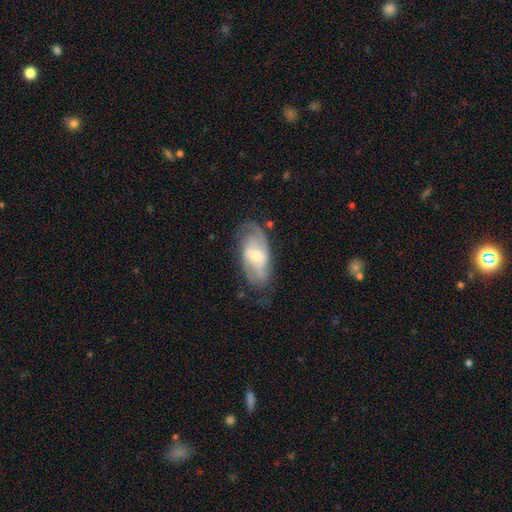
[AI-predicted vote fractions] Overall: featured or disk (77%). Edge-on disk: no (94%). Bar: weak (47%; no 36%). Spiral arms: yes (91%). Spiral arm count: 2 (56%; can't tell 22%). Spiral winding: medium (45%; tight 35%). Bulge size: moderate (54%; small 38%). Merging: none (68%).